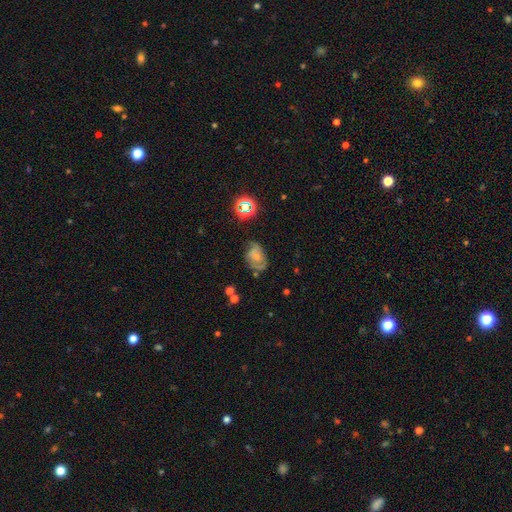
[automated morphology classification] Smooth or featured: featured or disk — 52% (smooth — 33%)
Edge-on disk: no — 96% (yes — 4%)
Bar: no — 58% (weak — 34%)
Spiral arms: yes — 80% (no — 20%)
Bulge size: small — 43% (none — 25%)
Merging: none — 52% (minor disturbance — 28%)